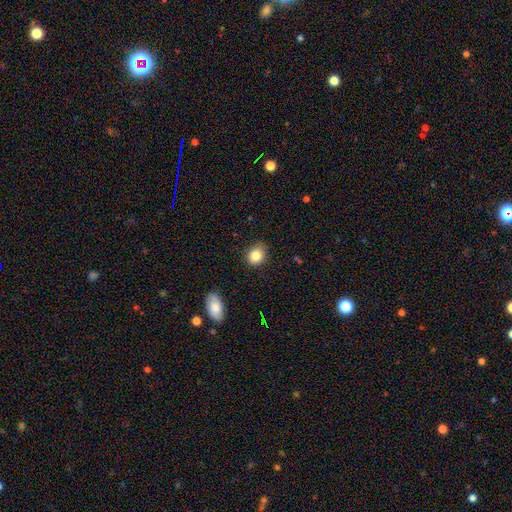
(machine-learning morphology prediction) smooth 84%, star or artifact 10%, featured or disk 6%. Down the decision tree: how rounded — round (61%); merging — none (81%).